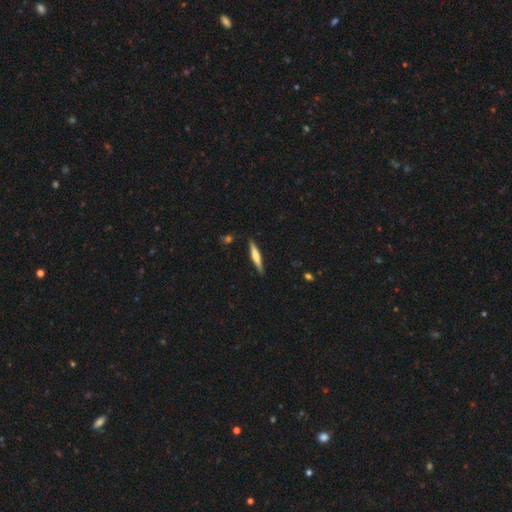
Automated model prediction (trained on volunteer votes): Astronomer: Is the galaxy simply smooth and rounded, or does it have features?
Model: smooth — 49% (runner-up: featured or disk, 46%).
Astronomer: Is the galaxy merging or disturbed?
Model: none — 89%.